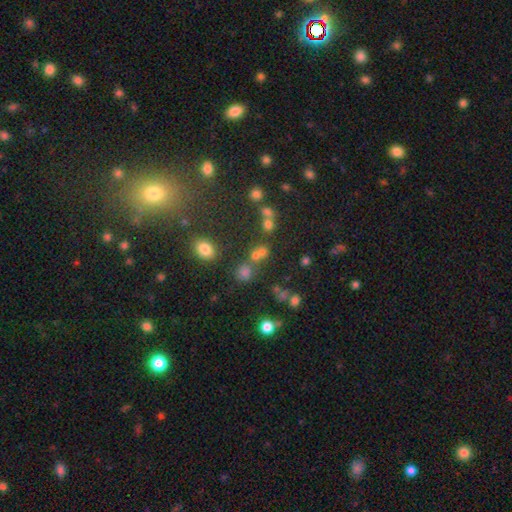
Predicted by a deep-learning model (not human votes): Morphology: type=smooth (63%); roundness=round (75%); merging=none (50%).